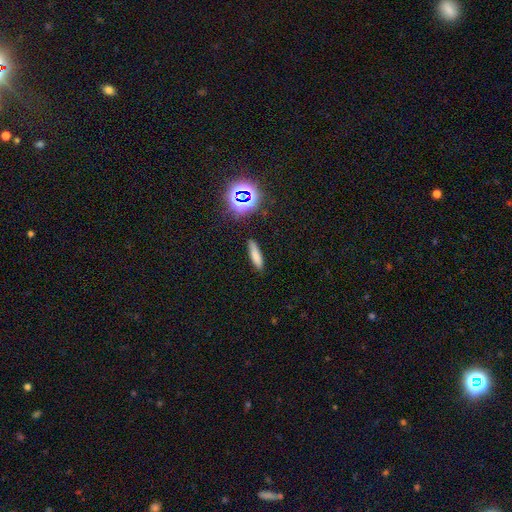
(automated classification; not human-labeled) This is likely a smooth galaxy (75%). How rounded: likely cigar-shaped (78%). Merging: clearly none (84%).